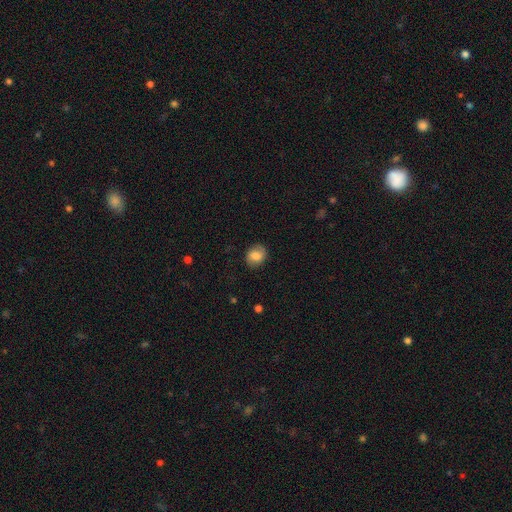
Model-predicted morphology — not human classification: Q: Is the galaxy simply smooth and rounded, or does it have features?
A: smooth — 66%.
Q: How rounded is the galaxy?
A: round — 57%.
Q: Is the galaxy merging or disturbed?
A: none — 79%.